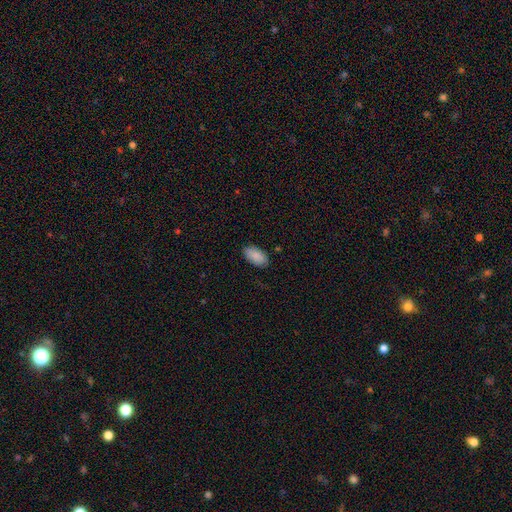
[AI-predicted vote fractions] Smooth or featured: smooth — 89% (star or artifact — 6%)
How rounded: in between — 95% (cigar-shaped — 3%)
Merging: none — 87% (minor disturbance — 10%)